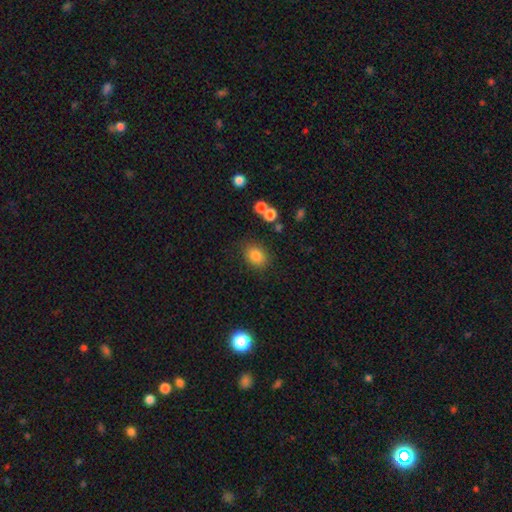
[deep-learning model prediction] Smooth or featured?
  - smooth: 84% *
  - star or artifact: 10%
  - featured or disk: 6%
How rounded?
  - in between: 63% *
  - round: 35%
  - cigar-shaped: 1%
Merging?
  - none: 79% *
  - minor disturbance: 13%
  - major disturbance: 4%
  - merger: 4%